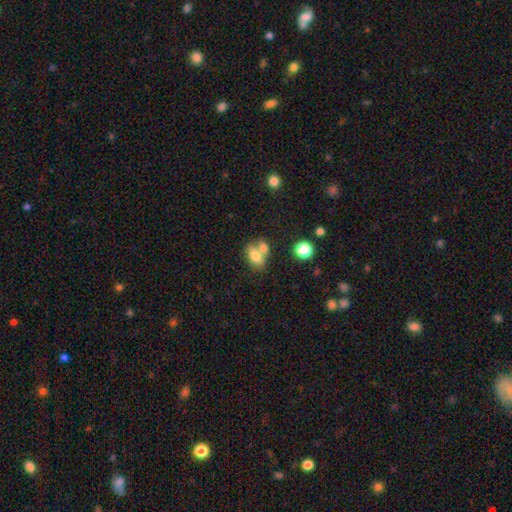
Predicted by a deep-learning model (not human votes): Smooth or featured? smooth (77%)
How rounded? in between (83%)
Merging? merger (48%)